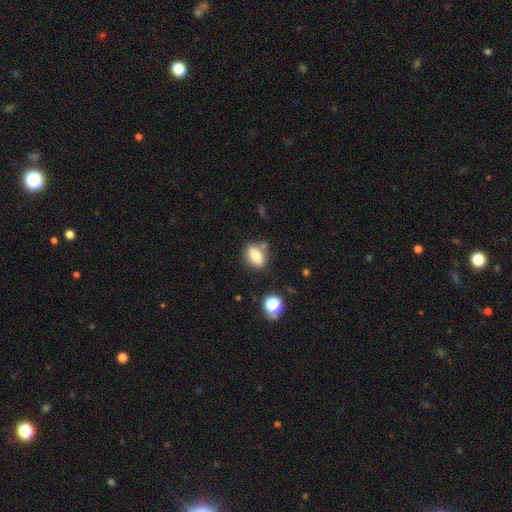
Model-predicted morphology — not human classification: smooth-or-featured: smooth: 73% | featured or disk: 18% | star or artifact: 10%
  how-rounded: in between: 71% | round: 19% | cigar-shaped: 11%
  merging: none: 71% | minor disturbance: 16% | merger: 8% | major disturbance: 5%